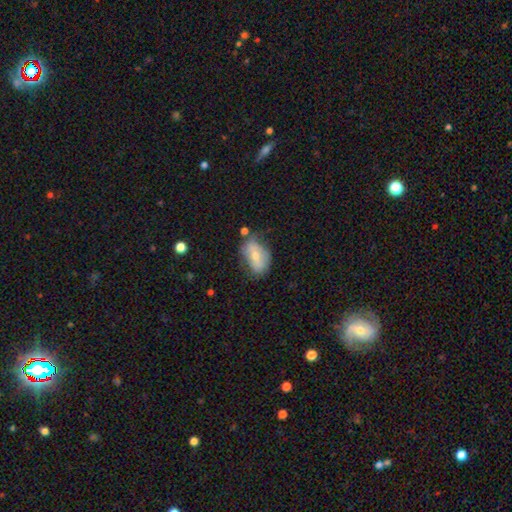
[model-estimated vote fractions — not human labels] Smooth or featured? smooth (54%)
How rounded? in between (87%)
Merging? none (51%)